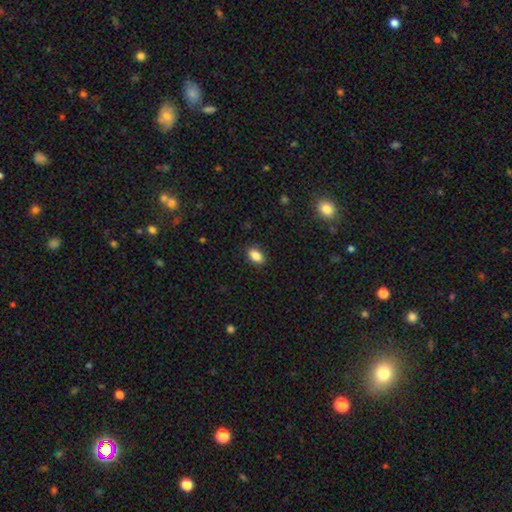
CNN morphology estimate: smooth_or_featured: smooth (p=0.86) [alt: star or artifact p=0.09]
how_rounded: in between (p=0.87) [alt: round p=0.10]
merging: none (p=0.88) [alt: minor disturbance p=0.09]